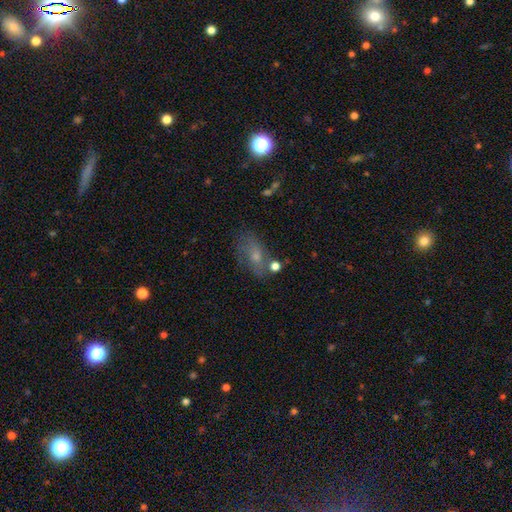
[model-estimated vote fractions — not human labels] smooth_or_featured: smooth (p=0.50) [alt: featured or disk p=0.37]
merging: none (p=0.56) [alt: minor disturbance p=0.23]